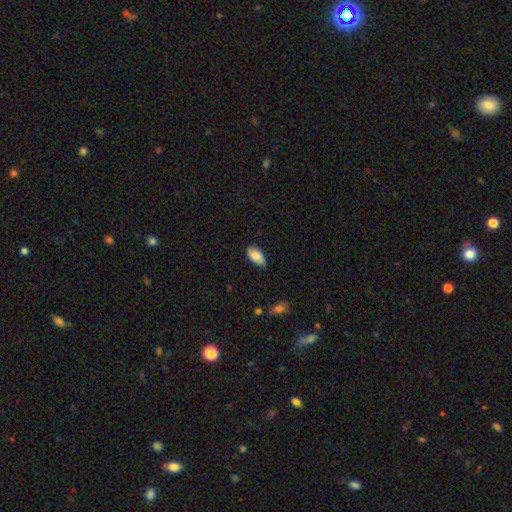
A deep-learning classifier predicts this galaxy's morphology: Smooth or featured? smooth (83%)
How rounded? in between (93%)
Merging? none (77%)